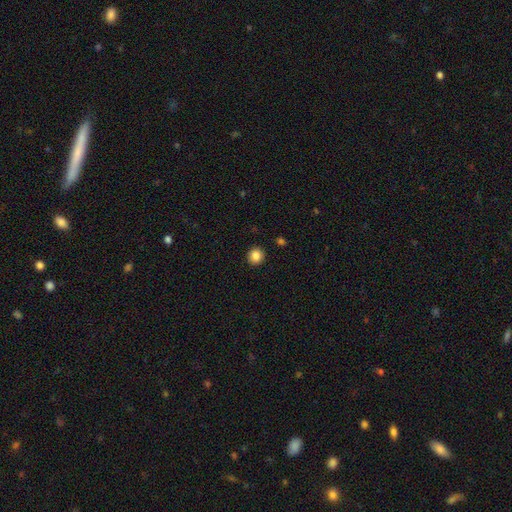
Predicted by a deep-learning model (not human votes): Smooth or featured: smooth — 86% (star or artifact — 10%)
How rounded: round — 91% (in between — 9%)
Merging: none — 92% (minor disturbance — 5%)